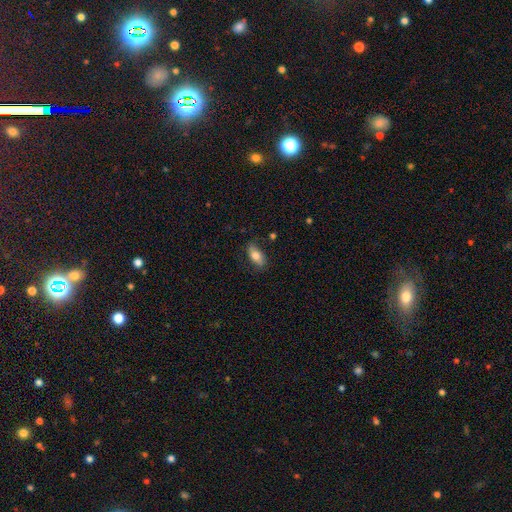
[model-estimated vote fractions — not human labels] Smooth or featured: smooth — 72% (featured or disk — 21%)
How rounded: in between — 84% (cigar-shaped — 12%)
Merging: none — 76% (minor disturbance — 18%)